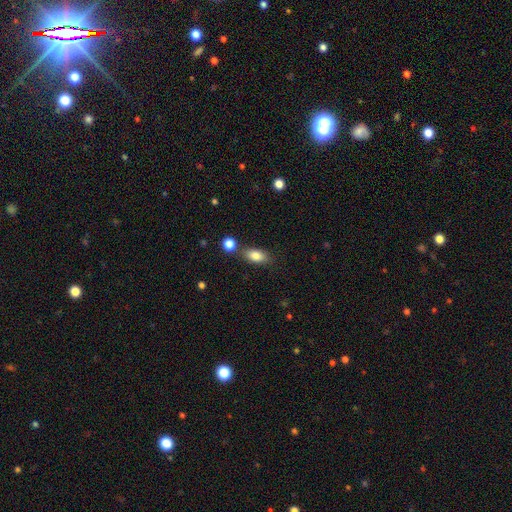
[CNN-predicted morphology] type=smooth (82%); roundness=in between (85%); merging=none (72%).